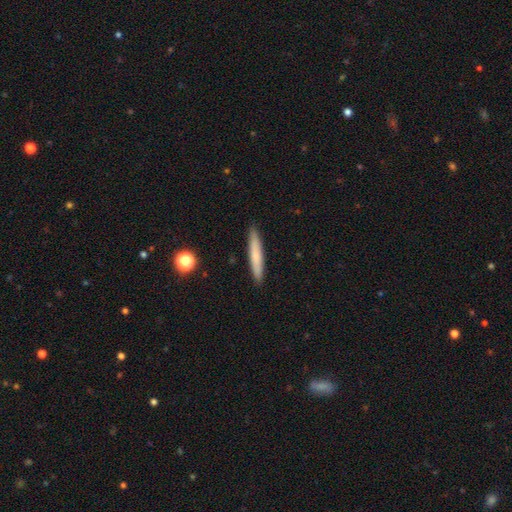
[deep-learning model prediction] Smooth or featured: smooth — 69% (featured or disk — 24%)
How rounded: cigar-shaped — 94% (in between — 5%)
Merging: none — 91% (minor disturbance — 6%)